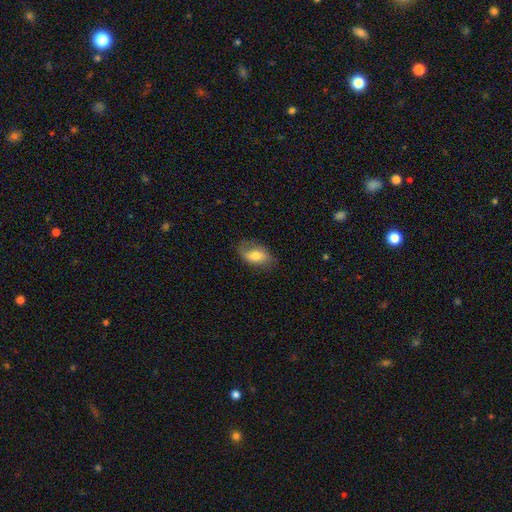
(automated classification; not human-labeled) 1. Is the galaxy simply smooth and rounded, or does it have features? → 63% smooth, 29% featured or disk, 8% star or artifact.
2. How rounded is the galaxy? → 88% in between, 9% round, 3% cigar-shaped.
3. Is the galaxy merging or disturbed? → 67% none, 23% minor disturbance, 9% major disturbance, 1% merger.